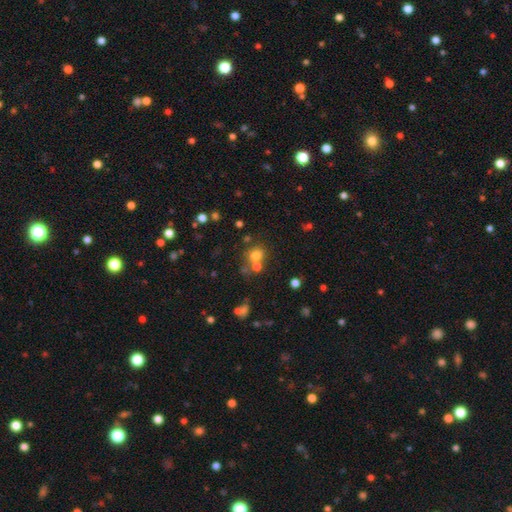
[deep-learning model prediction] This is likely a smooth galaxy (69%). How rounded: likely round (67%). Merging: possibly none (49%).